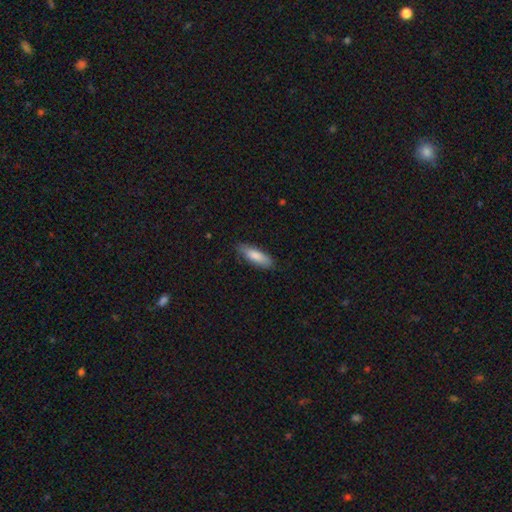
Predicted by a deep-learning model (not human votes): Smooth or featured? smooth (83%)
How rounded? in between (49%, tied with cigar-shaped)
Merging? none (82%)